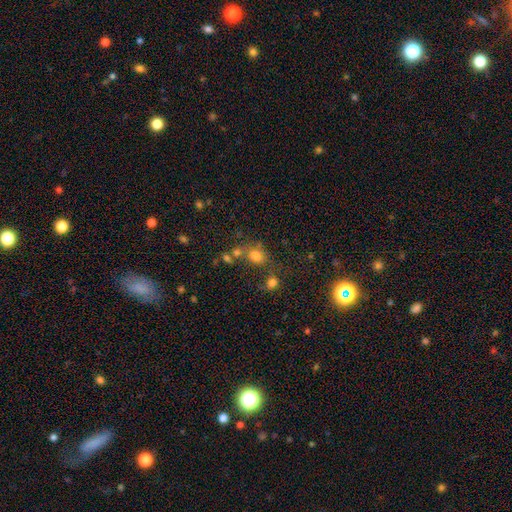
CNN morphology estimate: Smooth or featured: smooth — 72% (star or artifact — 19%)
How rounded: round — 61% (in between — 37%)
Merging: none — 57% (merger — 23%)